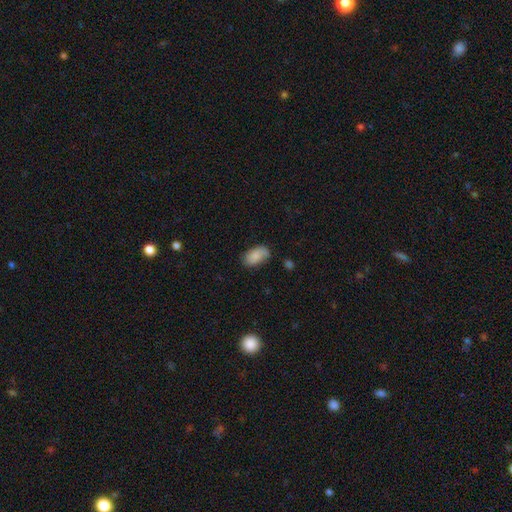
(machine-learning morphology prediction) smooth-or-featured: smooth: 80% | featured or disk: 13% | star or artifact: 7%
  how-rounded: in between: 93% | round: 5% | cigar-shaped: 2%
  merging: none: 67% | minor disturbance: 25% | major disturbance: 5% | merger: 3%